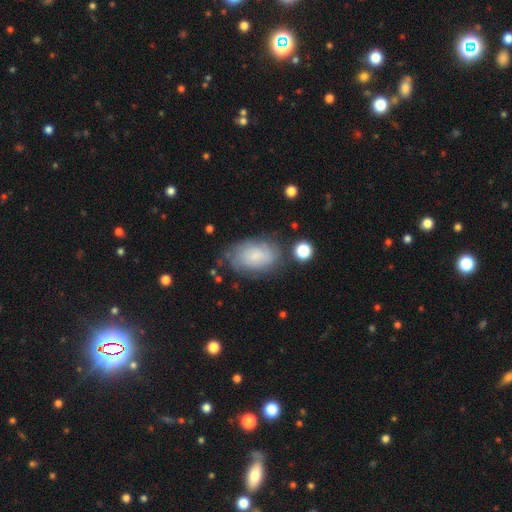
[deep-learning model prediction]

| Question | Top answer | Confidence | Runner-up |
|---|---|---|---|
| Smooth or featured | smooth | 67% | featured or disk (24%) |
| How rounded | in between | 90% | round (8%) |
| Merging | none | 70% | minor disturbance (20%) |